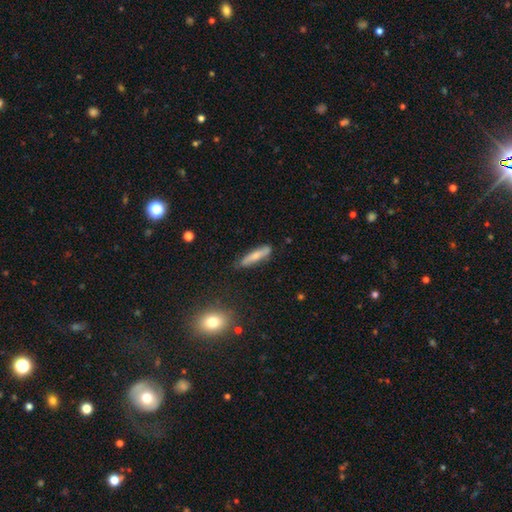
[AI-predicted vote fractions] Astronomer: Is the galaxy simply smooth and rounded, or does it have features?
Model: smooth — 62%.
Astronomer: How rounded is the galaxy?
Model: cigar-shaped — 80%.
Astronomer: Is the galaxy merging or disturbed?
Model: none — 79%.